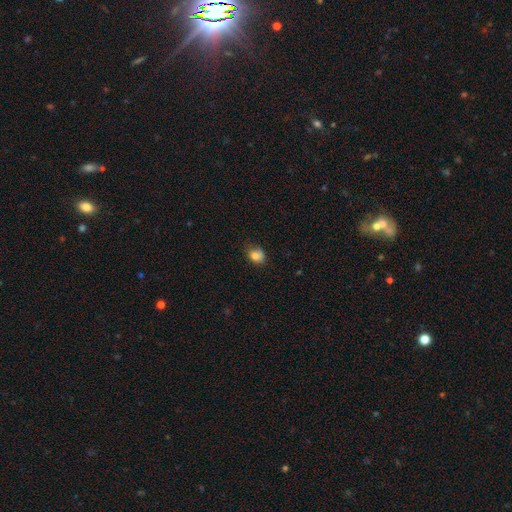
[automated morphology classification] Smooth or featured: smooth — 77% (featured or disk — 13%)
How rounded: round — 51% (in between — 48%)
Merging: none — 54% (minor disturbance — 32%)